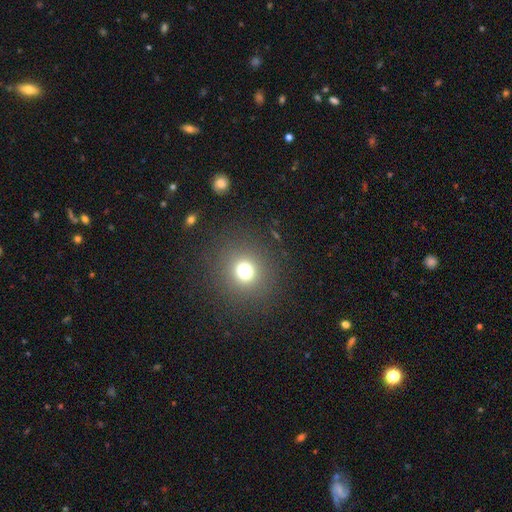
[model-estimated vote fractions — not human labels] Q: Smooth or featured?
A: smooth (66%); runner-up: star or artifact (26%)
Q: How rounded?
A: round (91%); runner-up: in between (8%)
Q: Merging?
A: none (91%); runner-up: minor disturbance (5%)